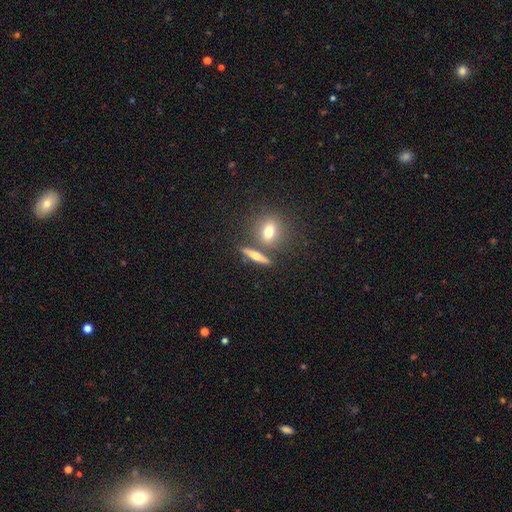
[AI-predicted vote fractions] Overall: smooth (54%; featured or disk 34%). How rounded: cigar-shaped (56%; round 22%). Merging: none (77%).